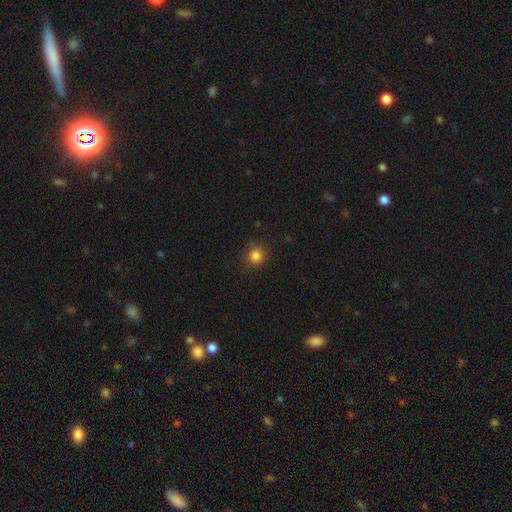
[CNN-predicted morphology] A smooth galaxy with no disk features (83%) that is round (91%).

Vote fractions:
- Smooth or featured? smooth: 83% / star or artifact: 13% / featured or disk: 4%
- How rounded? round: 91% / in between: 8% / cigar-shaped: 1%
- Merging? none: 85% / minor disturbance: 11% / major disturbance: 3% / merger: 1%